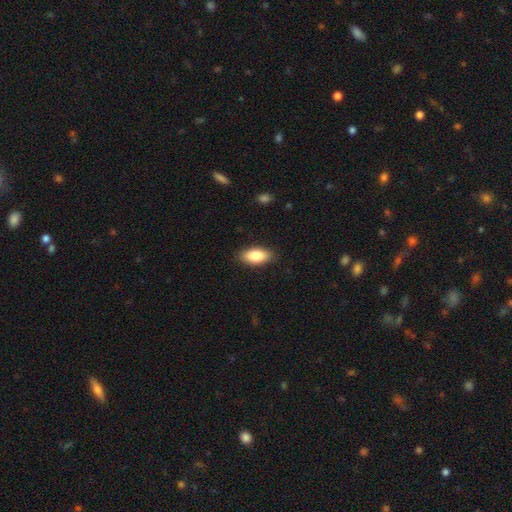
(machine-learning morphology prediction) Smooth or featured? smooth (85%)
How rounded? in between (89%)
Merging? none (87%)